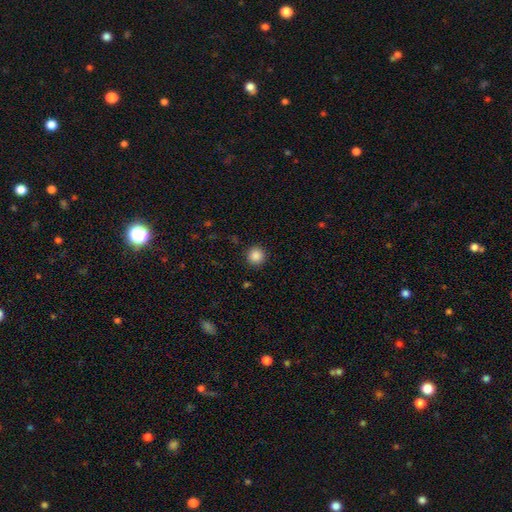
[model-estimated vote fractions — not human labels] Smooth or featured: smooth — 87% (star or artifact — 10%)
How rounded: round — 94% (in between — 5%)
Merging: none — 92% (minor disturbance — 5%)